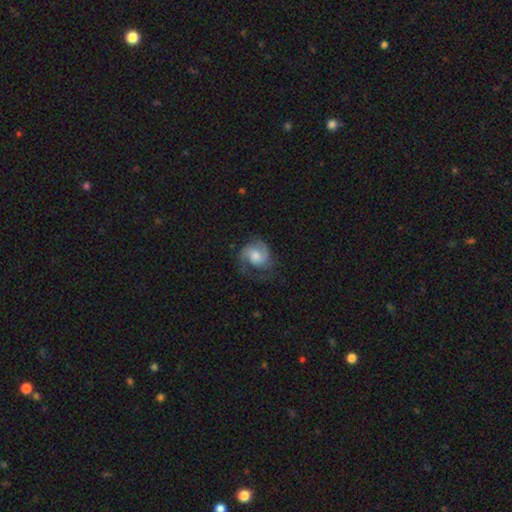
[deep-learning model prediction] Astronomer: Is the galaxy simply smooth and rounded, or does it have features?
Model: featured or disk — 72%.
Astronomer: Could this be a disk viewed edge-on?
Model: no — 98%.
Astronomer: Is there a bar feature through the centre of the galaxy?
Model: no — 58% (runner-up: weak, 35%).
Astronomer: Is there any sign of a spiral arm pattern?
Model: yes — 95%.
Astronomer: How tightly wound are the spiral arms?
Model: medium — 48% (runner-up: tight, 30%).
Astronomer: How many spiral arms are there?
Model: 2 — 76%.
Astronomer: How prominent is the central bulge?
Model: moderate — 49%.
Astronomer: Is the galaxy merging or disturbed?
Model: none — 61%.